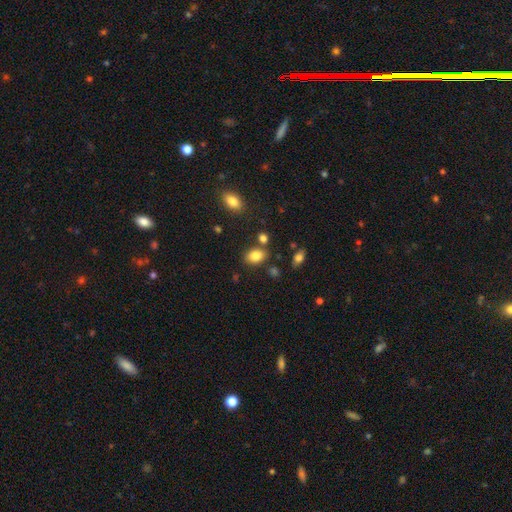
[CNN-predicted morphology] A smooth galaxy with no disk features (84%) that is in between round and cigar-shaped (82%).

Vote fractions:
- Smooth or featured? smooth: 84% / star or artifact: 9% / featured or disk: 7%
- How rounded? in between: 82% / round: 16% / cigar-shaped: 1%
- Merging? none: 77% / minor disturbance: 12% / merger: 8% / major disturbance: 3%